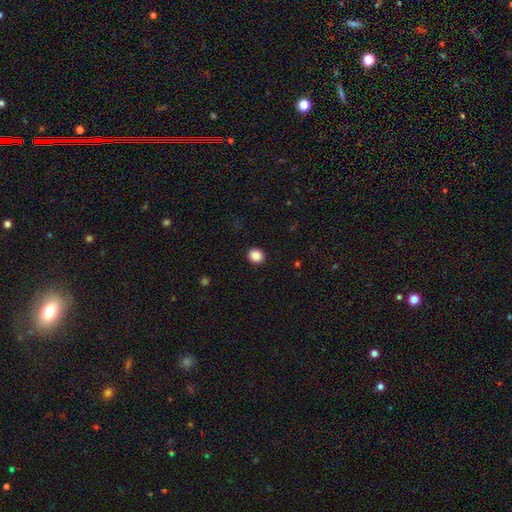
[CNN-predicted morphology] Smooth or featured? smooth (88%)
How rounded? round (74%)
Merging? none (92%)